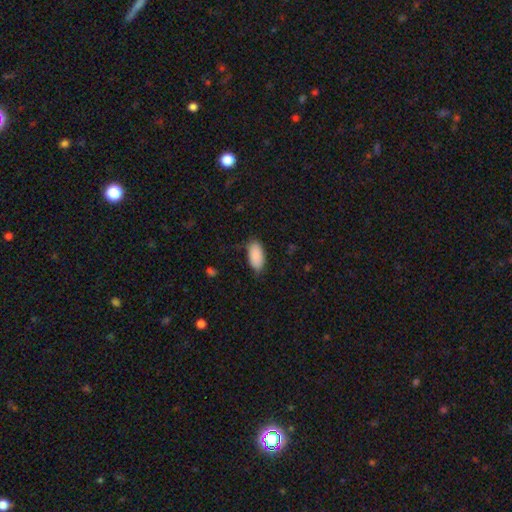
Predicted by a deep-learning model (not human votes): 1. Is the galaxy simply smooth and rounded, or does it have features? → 89% smooth, 6% star or artifact, 5% featured or disk.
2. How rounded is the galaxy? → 94% in between, 4% cigar-shaped, 2% round.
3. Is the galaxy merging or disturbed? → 77% none, 18% minor disturbance, 4% major disturbance, 1% merger.